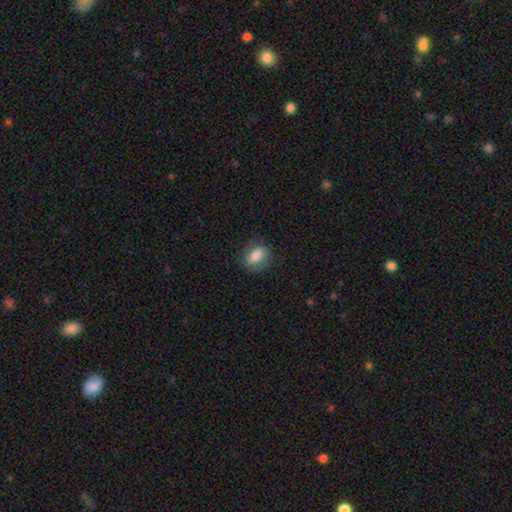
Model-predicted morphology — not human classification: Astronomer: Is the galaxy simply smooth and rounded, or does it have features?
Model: smooth — 75%.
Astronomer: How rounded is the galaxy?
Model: in between — 76%.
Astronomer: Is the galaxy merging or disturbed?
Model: none — 75%.